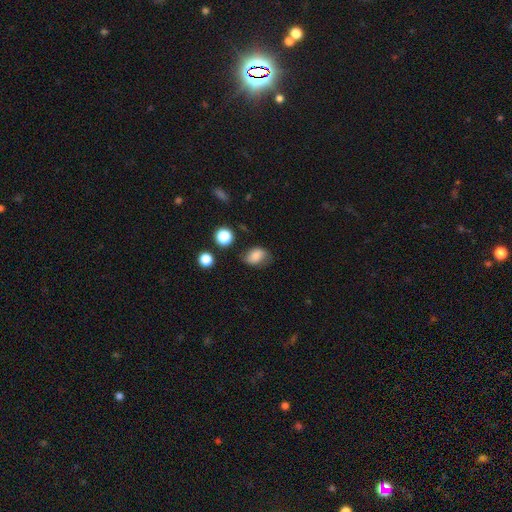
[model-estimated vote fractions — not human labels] A smooth galaxy with no disk features (77%) that is in between round and cigar-shaped (77%). Merging: none (68%).